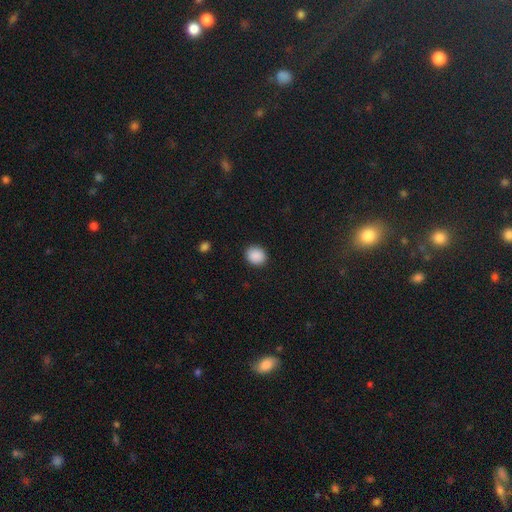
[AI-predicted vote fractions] Overall: smooth (89%). How rounded: round (71%). Merging: none (91%).